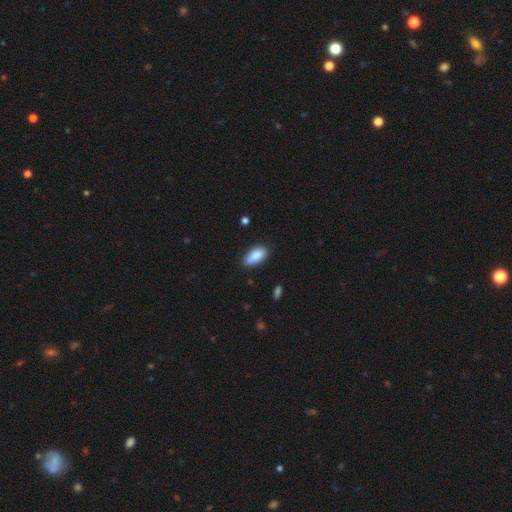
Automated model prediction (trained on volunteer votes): Overall: smooth (86%). How rounded: in between (89%). Merging: none (72%).